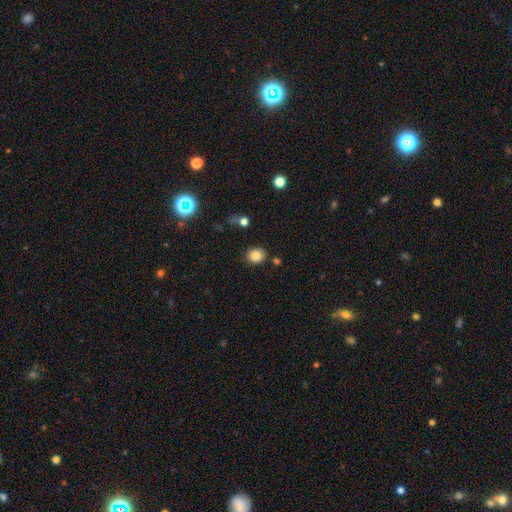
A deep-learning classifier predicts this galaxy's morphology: smooth-or-featured: smooth: 84% | star or artifact: 11% | featured or disk: 5%
  how-rounded: round: 76% | in between: 23% | cigar-shaped: 1%
  merging: none: 83% | minor disturbance: 10% | merger: 4% | major disturbance: 3%